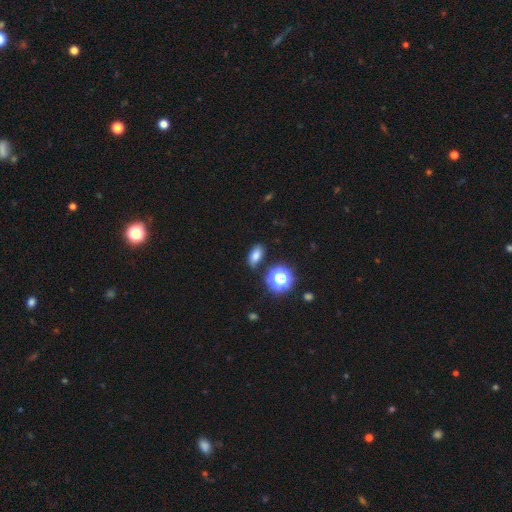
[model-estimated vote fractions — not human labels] Smooth or featured: smooth — 73% (star or artifact — 18%)
How rounded: in between — 81% (round — 15%)
Merging: none — 82% (minor disturbance — 11%)